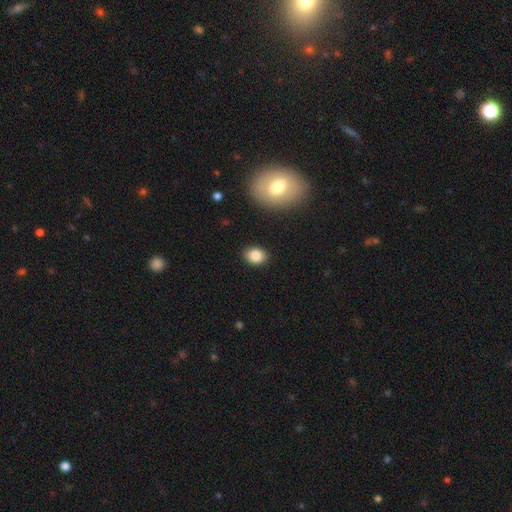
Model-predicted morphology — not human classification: The model was most divided on "how rounded": in between: 66%, round: 33%, cigar-shaped: 1%. More confident: merging — none (88%); smooth or featured — smooth (86%).